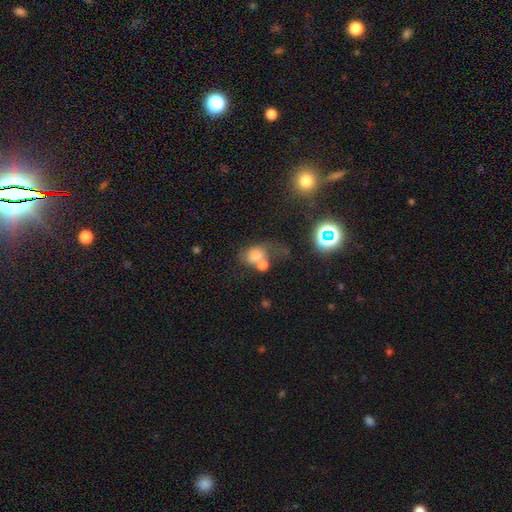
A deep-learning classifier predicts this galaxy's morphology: smooth 63%, star or artifact 21%, featured or disk 16%. Down the decision tree: how rounded — in between (58%); merging — merger (37%).